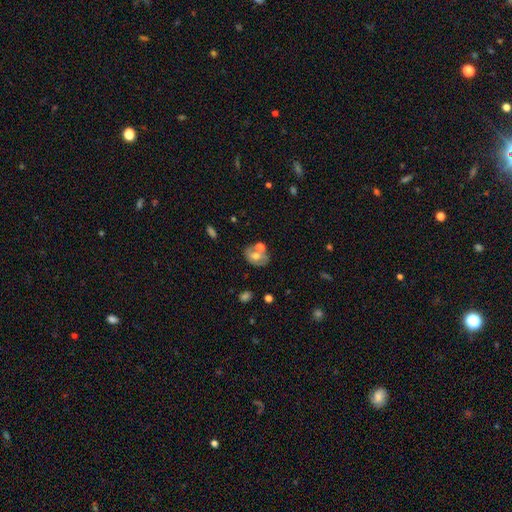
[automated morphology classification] smooth 53%, featured or disk 38%, star or artifact 9%. Down the decision tree: how rounded — in between (70%); merging — none (54%).